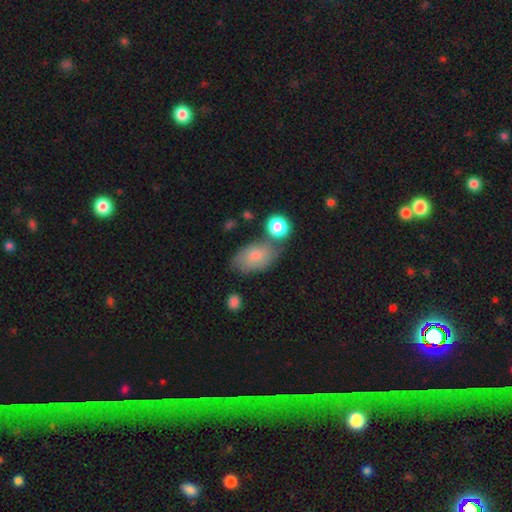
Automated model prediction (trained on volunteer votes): smooth-or-featured: smooth: 74% | featured or disk: 19% | star or artifact: 7%
  how-rounded: in between: 90% | round: 8% | cigar-shaped: 2%
  merging: none: 50% | minor disturbance: 22% | merger: 20% | major disturbance: 8%